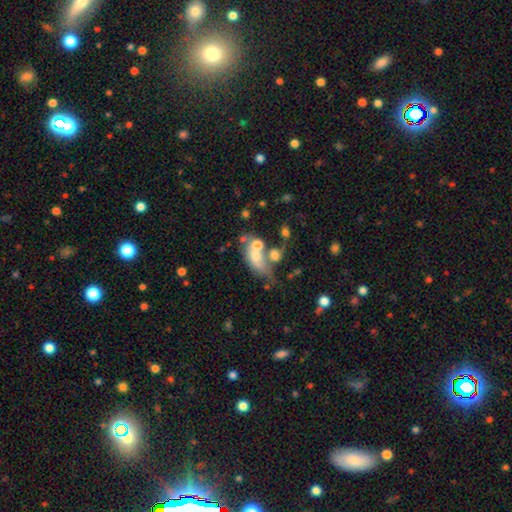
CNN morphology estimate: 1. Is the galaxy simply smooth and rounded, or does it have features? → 55% smooth, 32% featured or disk, 13% star or artifact.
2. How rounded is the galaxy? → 76% in between, 16% round, 8% cigar-shaped.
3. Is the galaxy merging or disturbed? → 44% merger, 25% none, 16% major disturbance, 15% minor disturbance.